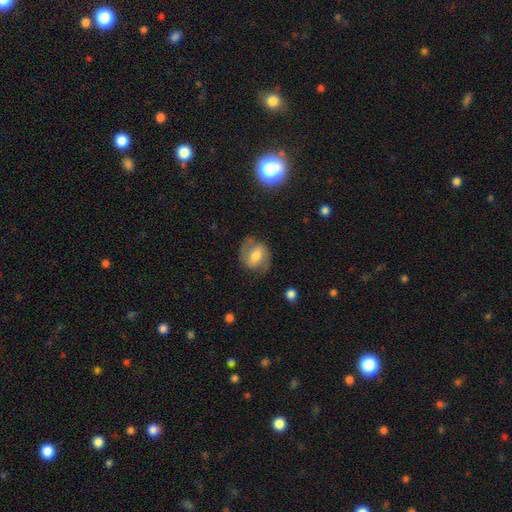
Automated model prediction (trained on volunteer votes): Smooth or featured: featured or disk — 60% (smooth — 32%)
Edge-on disk: no — 96% (yes — 4%)
Bar: weak — 46% (strong — 28%)
Spiral arms: yes — 85% (no — 15%)
Bulge size: moderate — 60% (small — 19%)
Merging: none — 72% (minor disturbance — 18%)